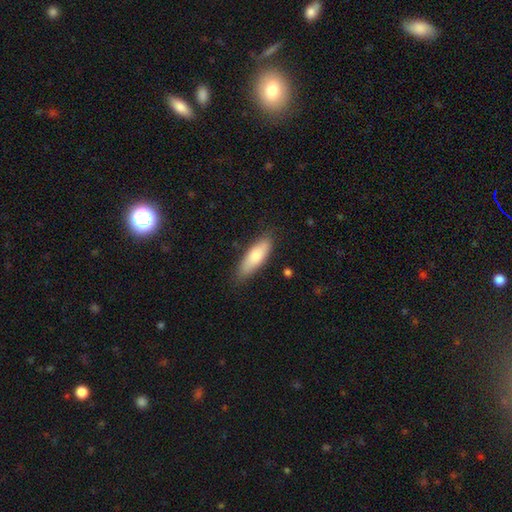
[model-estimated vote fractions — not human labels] A smooth galaxy with no disk features (79%) that is in between round and cigar-shaped (58%). Merging: none (80%).